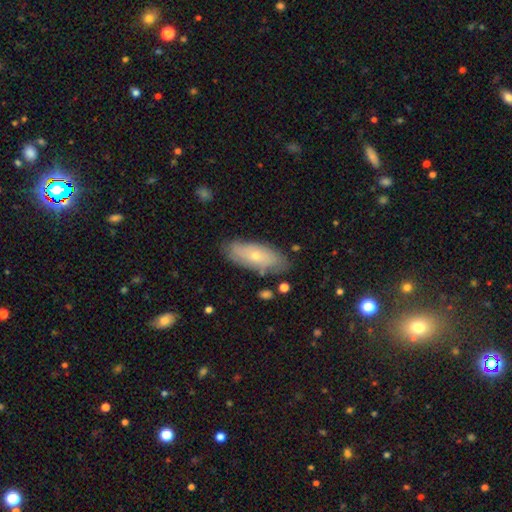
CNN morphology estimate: Smooth or featured? Predicted: smooth (p=0.51). How rounded? Predicted: in between (p=0.79). Merging? Predicted: none (p=0.78).